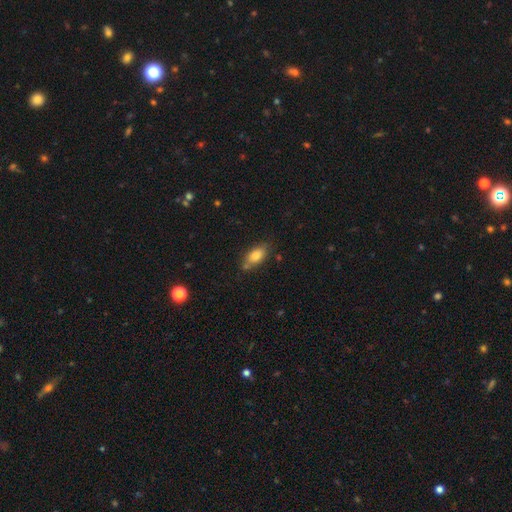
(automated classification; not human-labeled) Smooth or featured: smooth — 81% (featured or disk — 10%)
How rounded: in between — 87% (cigar-shaped — 8%)
Merging: none — 70% (minor disturbance — 17%)